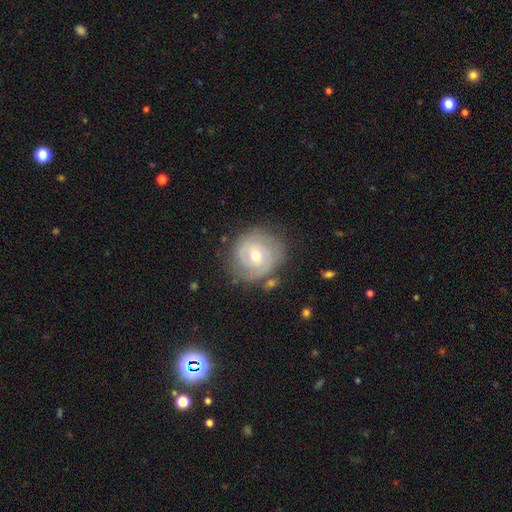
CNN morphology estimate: Overall: featured or disk (64%; smooth 28%). Edge-on disk: no (97%). Bar: no (63%; weak 30%). Spiral arms: yes (77%). Bulge size: moderate (66%; small 29%). Merging: none (73%).